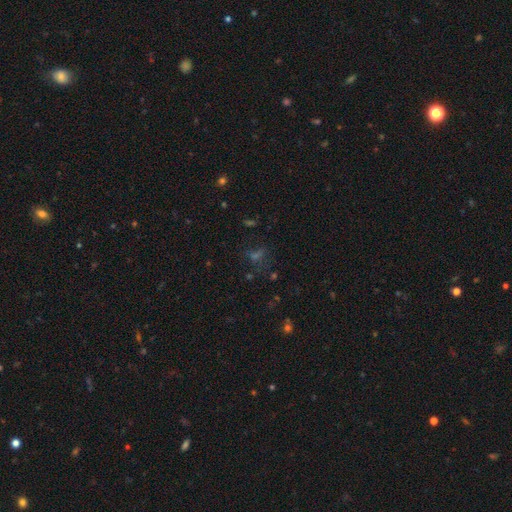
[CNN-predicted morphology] Smooth or featured?
  - star or artifact: 50% *
  - smooth: 33%
  - featured or disk: 16%